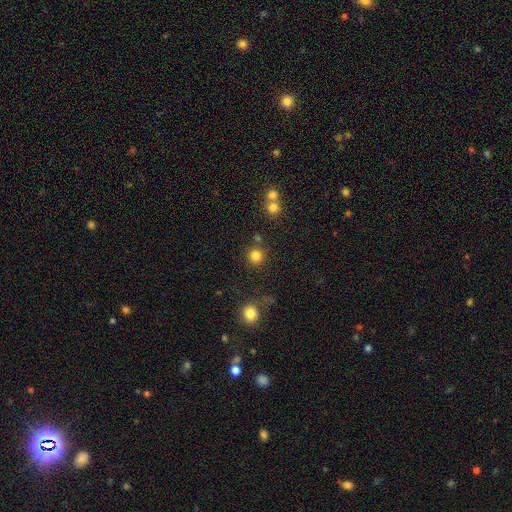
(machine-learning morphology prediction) Smooth or featured? Predicted: smooth (p=0.82). How rounded? Predicted: round (p=0.95). Merging? Predicted: none (p=0.84).